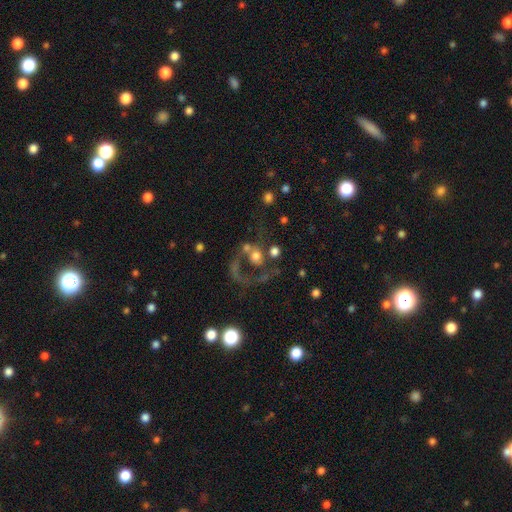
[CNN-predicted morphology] Smooth or featured? Predicted: featured or disk (p=0.47). Merging? Predicted: none (p=0.55).